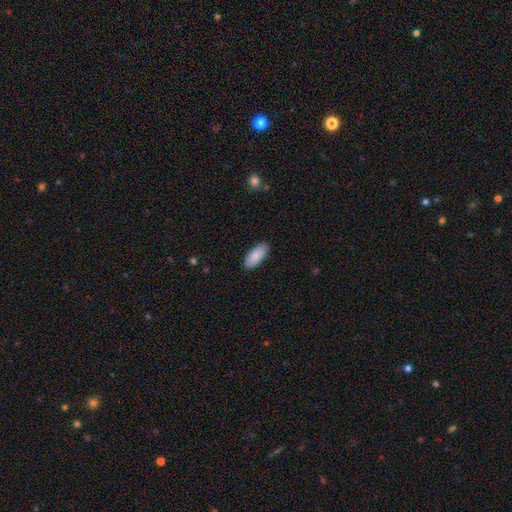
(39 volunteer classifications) This appears to be a smooth galaxy with no disk features (100%) that is in between round and cigar-shaped (90%). Merging: none (95%).